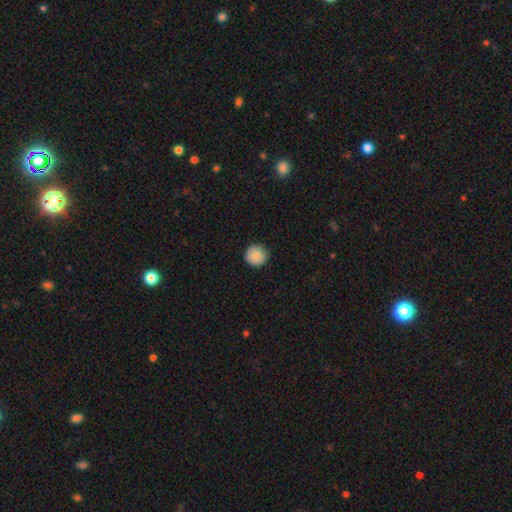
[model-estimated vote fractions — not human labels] Smooth or featured?
  - smooth: 83% *
  - featured or disk: 9%
  - star or artifact: 8%
How rounded?
  - round: 96% *
  - in between: 3%
  - cigar-shaped: 1%
Merging?
  - none: 90% *
  - minor disturbance: 8%
  - major disturbance: 2%
  - merger: 1%